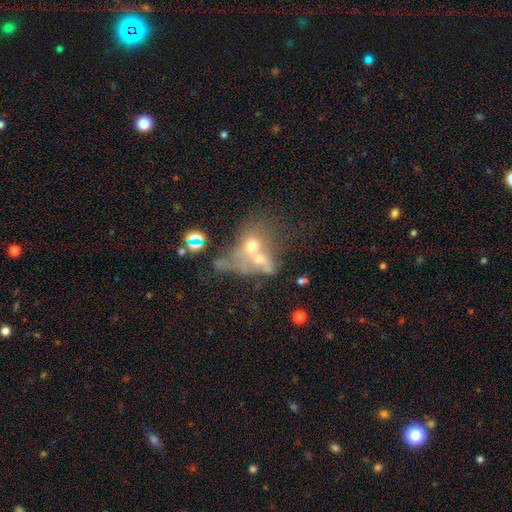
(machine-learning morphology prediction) Overall: smooth (42%; featured or disk 38%). Merging: merger (65%).